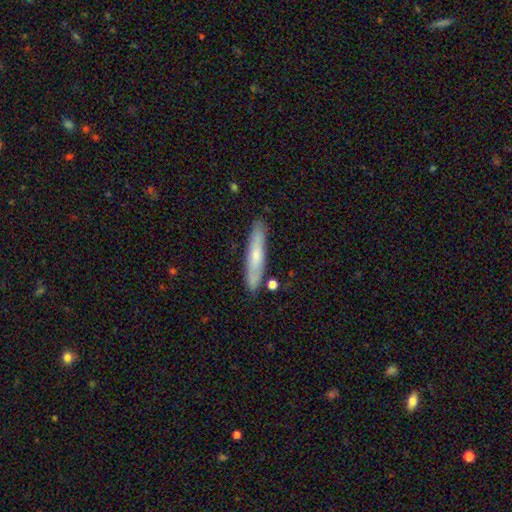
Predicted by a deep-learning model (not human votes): smooth-or-featured: smooth: 60% | featured or disk: 34% | star or artifact: 6%
  how-rounded: cigar-shaped: 90% | in between: 8% | round: 1%
  merging: none: 84% | minor disturbance: 11% | merger: 3% | major disturbance: 2%